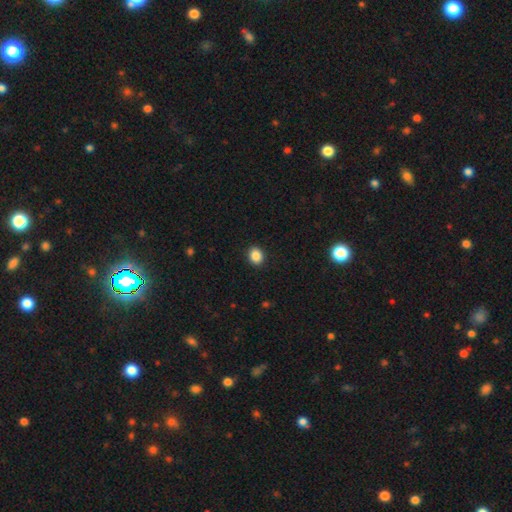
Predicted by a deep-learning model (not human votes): smooth-or-featured: smooth: 88% | star or artifact: 9% | featured or disk: 3%
  how-rounded: round: 58% | in between: 41% | cigar-shaped: 1%
  merging: none: 92% | minor disturbance: 5% | major disturbance: 2% | merger: 1%